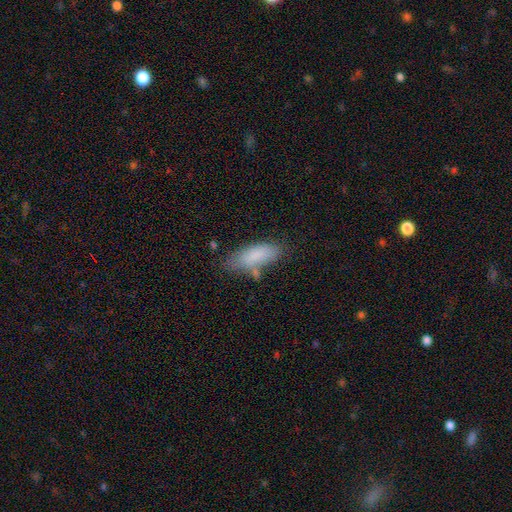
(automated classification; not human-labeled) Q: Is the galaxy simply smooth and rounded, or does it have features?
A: smooth — 83%.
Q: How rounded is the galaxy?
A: in between — 74%.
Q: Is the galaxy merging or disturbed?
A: none — 60%.